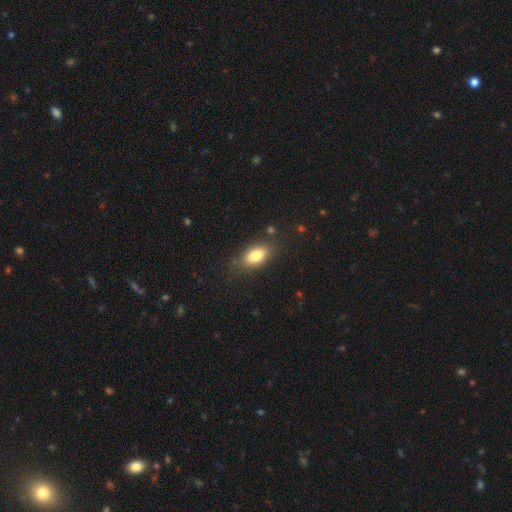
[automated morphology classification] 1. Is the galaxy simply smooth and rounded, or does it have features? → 82% smooth, 10% featured or disk, 8% star or artifact.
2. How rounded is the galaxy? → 88% in between, 7% cigar-shaped, 5% round.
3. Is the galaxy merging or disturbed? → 78% none, 15% minor disturbance, 4% major disturbance, 2% merger.